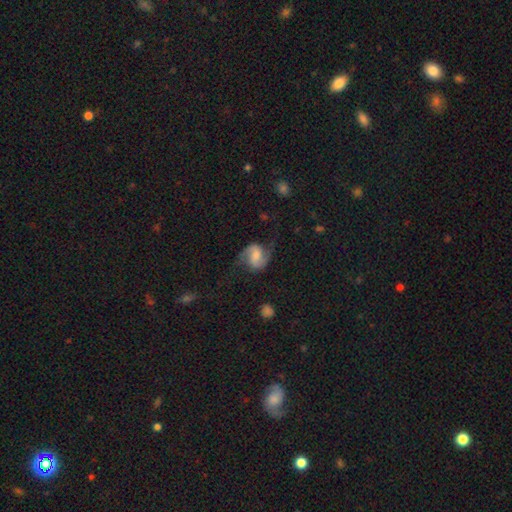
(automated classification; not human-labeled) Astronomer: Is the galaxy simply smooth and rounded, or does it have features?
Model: featured or disk — 82%.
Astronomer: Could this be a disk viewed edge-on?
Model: no — 98%.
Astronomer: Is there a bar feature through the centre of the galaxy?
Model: weak — 48% (runner-up: no, 29%).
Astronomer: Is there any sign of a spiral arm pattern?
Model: yes — 96%.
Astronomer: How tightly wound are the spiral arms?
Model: medium — 46% (runner-up: loose, 42%).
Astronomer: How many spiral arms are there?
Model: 2 — 93%.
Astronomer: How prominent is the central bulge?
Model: moderate — 36% (runner-up: small, 26%).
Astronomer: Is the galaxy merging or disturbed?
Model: none — 71%.